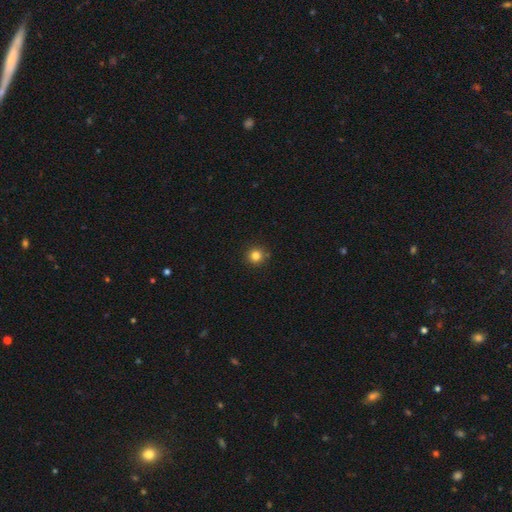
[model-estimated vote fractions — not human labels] The model was most divided on "smooth or featured": smooth: 82%, star or artifact: 13%, featured or disk: 5%. More confident: how rounded — round (94%); merging — none (87%).